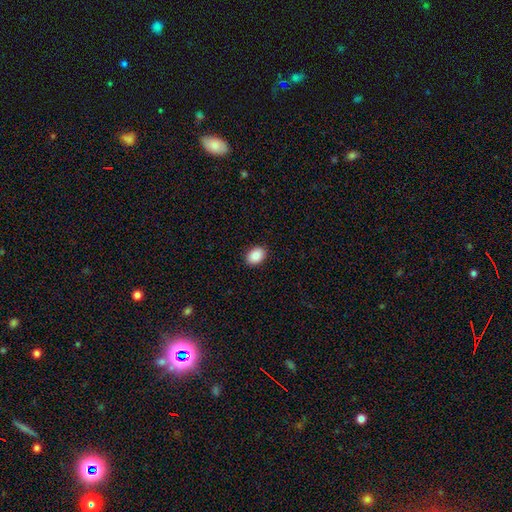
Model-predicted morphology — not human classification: Smooth or featured? Predicted: smooth (p=0.89). How rounded? Predicted: in between (p=0.74). Merging? Predicted: none (p=0.91).